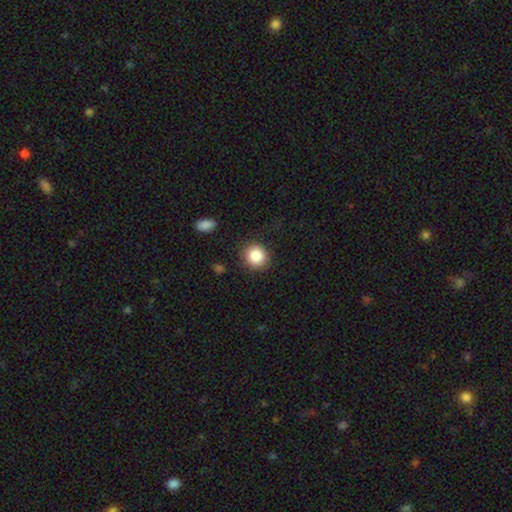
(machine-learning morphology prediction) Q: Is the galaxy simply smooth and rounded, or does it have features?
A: smooth — 87%.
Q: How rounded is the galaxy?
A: round — 89%.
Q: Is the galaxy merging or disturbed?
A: none — 87%.